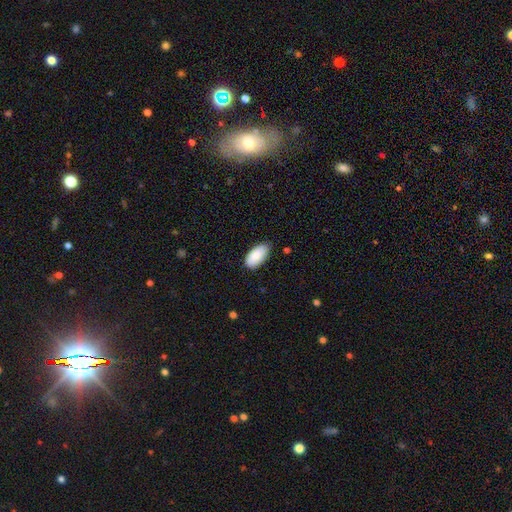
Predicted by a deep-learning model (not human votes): This appears to be a smooth galaxy with no disk features (87%) that is in between round and cigar-shaped (95%). Merging: none (75%).